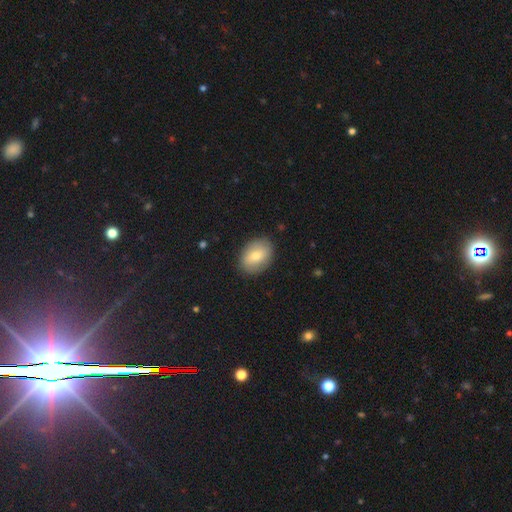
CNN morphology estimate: This is likely a smooth galaxy (72%). How rounded: likely in between (73%). Merging: clearly none (86%).